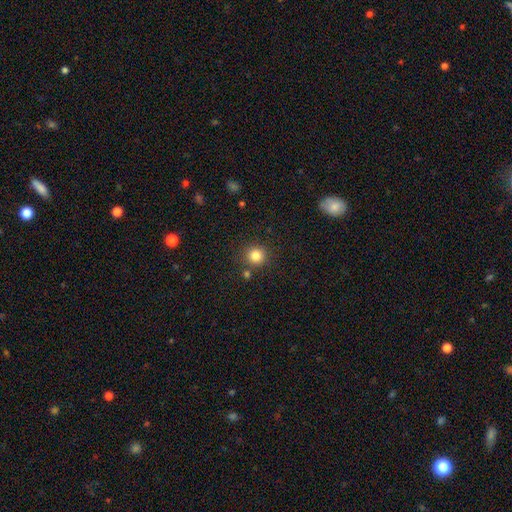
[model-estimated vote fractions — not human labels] Smooth or featured: smooth — 82% (star or artifact — 12%)
How rounded: round — 93% (in between — 6%)
Merging: none — 84% (minor disturbance — 7%)